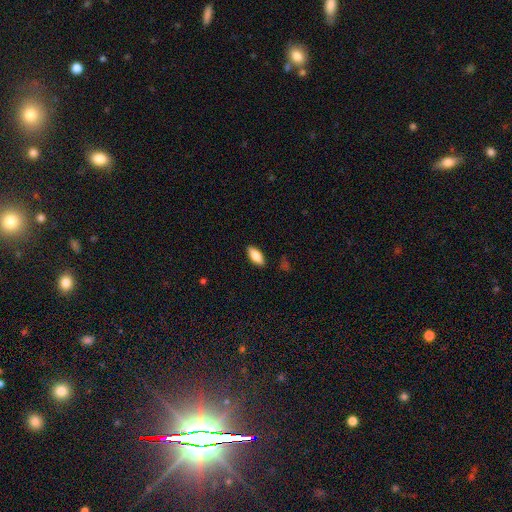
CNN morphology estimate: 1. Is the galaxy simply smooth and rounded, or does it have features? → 80% smooth, 14% featured or disk, 6% star or artifact.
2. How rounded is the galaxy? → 83% in between, 15% cigar-shaped, 2% round.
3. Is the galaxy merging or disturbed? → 88% none, 9% minor disturbance, 2% major disturbance, 1% merger.